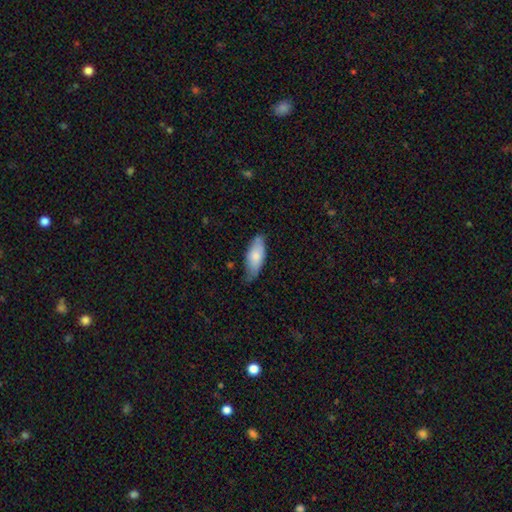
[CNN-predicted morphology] A smooth galaxy with no disk features (75%) that is in between round and cigar-shaped (83%). Merging: none (60%).